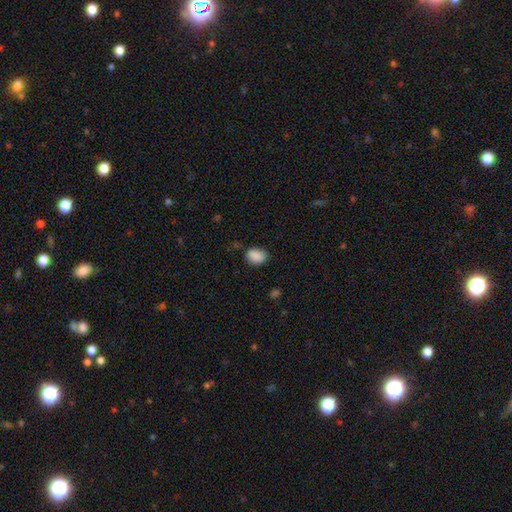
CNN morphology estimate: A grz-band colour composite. It shows a smooth galaxy with no disk features (88%) that is in between round and cigar-shaped (67%). Merging: none (72%).